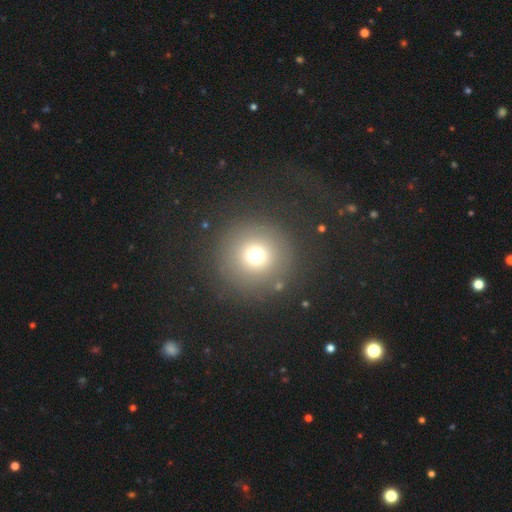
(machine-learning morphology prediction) Smooth or featured: smooth — 71% (star or artifact — 19%)
How rounded: round — 96% (in between — 3%)
Merging: none — 87% (minor disturbance — 7%)